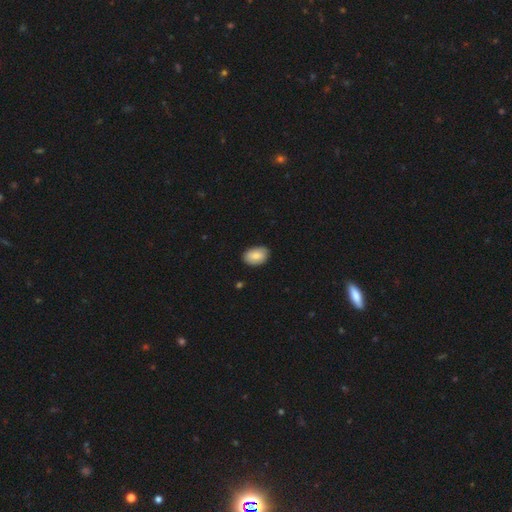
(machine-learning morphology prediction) Q: Smooth or featured?
A: smooth (82%); runner-up: featured or disk (11%)
Q: How rounded?
A: in between (87%); runner-up: round (12%)
Q: Merging?
A: none (84%); runner-up: minor disturbance (13%)